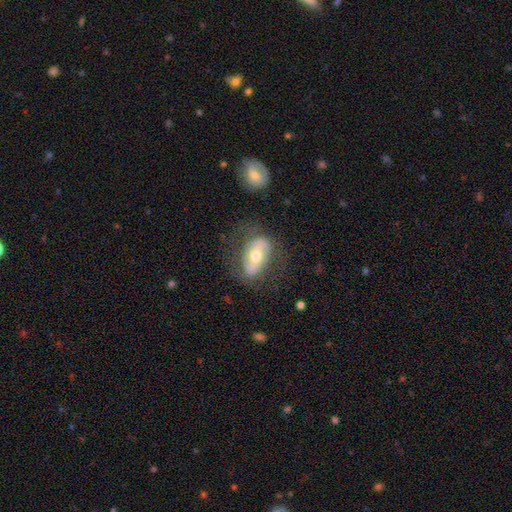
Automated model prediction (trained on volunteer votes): smooth-or-featured: featured or disk: 59% | smooth: 34% | star or artifact: 7%
  disk-edge-on: no: 90% | yes: 10%
    bar: no: 38% | strong: 34% | weak: 28%
    has-spiral-arms: yes: 59% | no: 41%
    bulge-size: moderate: 67% | small: 24% | large: 6% | dominant: 1% | none: 1%
  merging: none: 64% | minor disturbance: 20% | major disturbance: 13% | merger: 3%